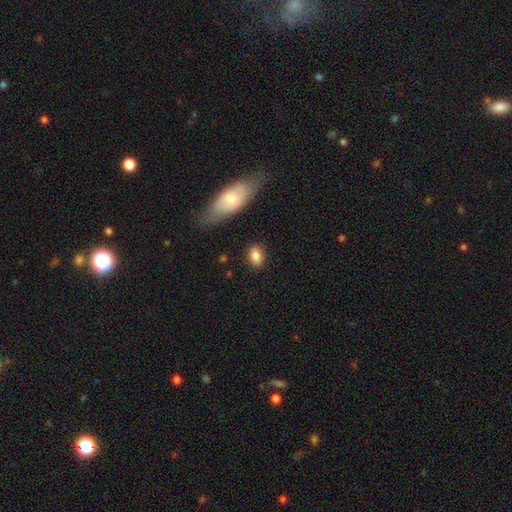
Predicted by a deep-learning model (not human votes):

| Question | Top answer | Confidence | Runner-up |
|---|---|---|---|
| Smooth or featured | smooth | 85% | star or artifact (8%) |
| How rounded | in between | 82% | round (15%) |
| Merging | none | 82% | minor disturbance (12%) |